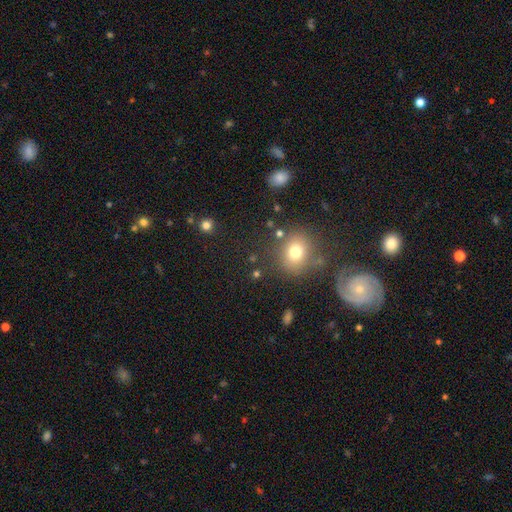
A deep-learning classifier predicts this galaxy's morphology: Smooth or featured?
  - smooth: 45% *
  - star or artifact: 31%
  - featured or disk: 24%
Merging?
  - none: 75% *
  - minor disturbance: 11%
  - merger: 9%
  - major disturbance: 5%